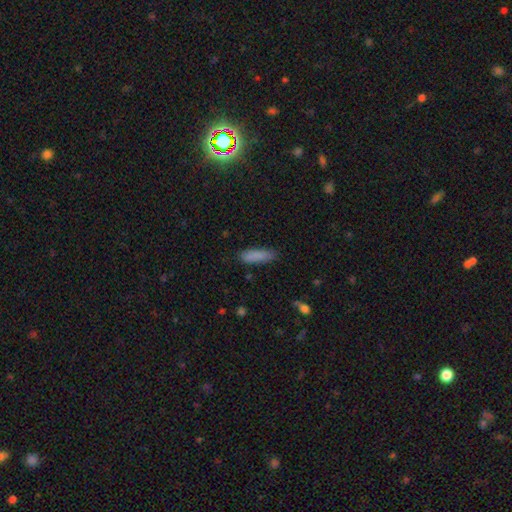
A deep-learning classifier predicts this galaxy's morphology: smooth_or_featured: smooth (p=0.86) [alt: star or artifact p=0.08]
how_rounded: cigar-shaped (p=0.63) [alt: in between p=0.35]
merging: none (p=0.80) [alt: minor disturbance p=0.16]